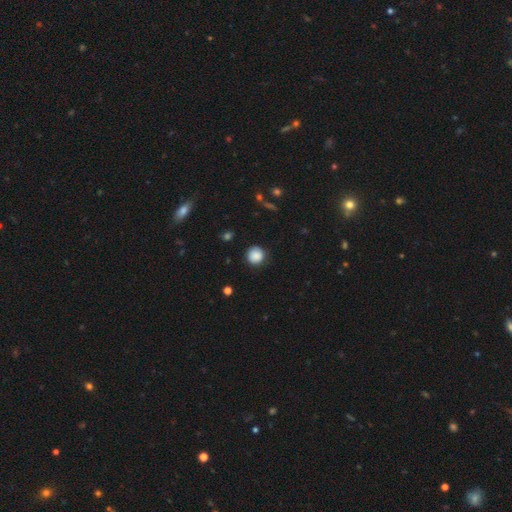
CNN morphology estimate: A smooth galaxy with no disk features (87%) that is round (92%).

Vote fractions:
- Smooth or featured? smooth: 87% / star or artifact: 9% / featured or disk: 4%
- How rounded? round: 92% / in between: 7% / cigar-shaped: 1%
- Merging? none: 85% / minor disturbance: 11% / major disturbance: 3% / merger: 1%